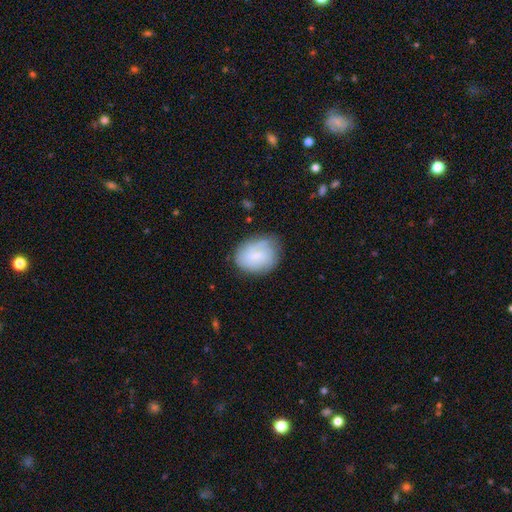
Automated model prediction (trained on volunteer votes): smooth_or_featured: smooth (p=0.55) [alt: featured or disk p=0.37]
how_rounded: in between (p=0.58) [alt: round p=0.41]
merging: none (p=0.66) [alt: minor disturbance p=0.25]